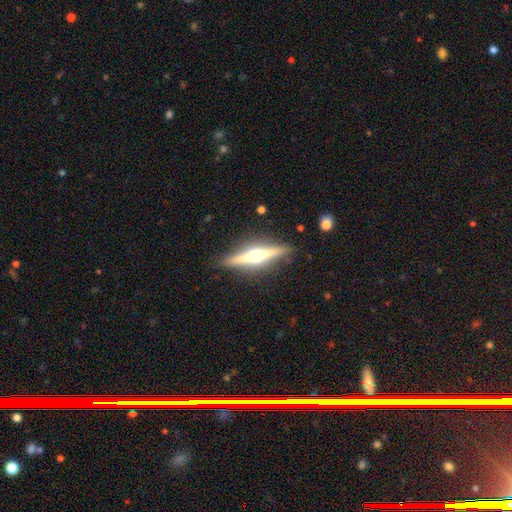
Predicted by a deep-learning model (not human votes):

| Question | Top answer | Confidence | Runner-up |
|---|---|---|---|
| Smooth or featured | featured or disk | 78% | smooth (17%) |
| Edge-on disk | yes | 97% | no (3%) |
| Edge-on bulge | rounded | 95% | boxy (3%) |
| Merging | none | 89% | minor disturbance (8%) |